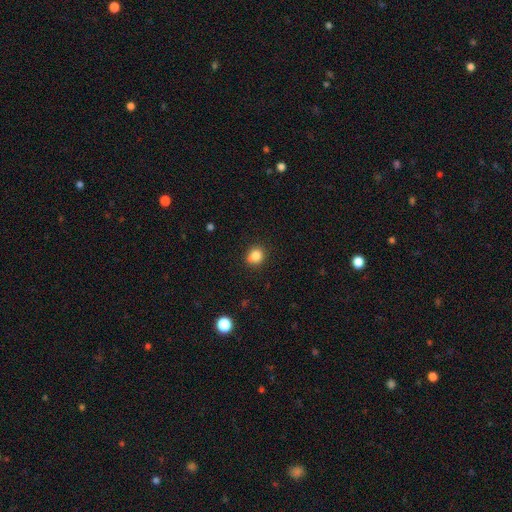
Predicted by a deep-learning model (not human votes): Morphology: type=smooth (85%); roundness=round (79%); merging=none (87%).